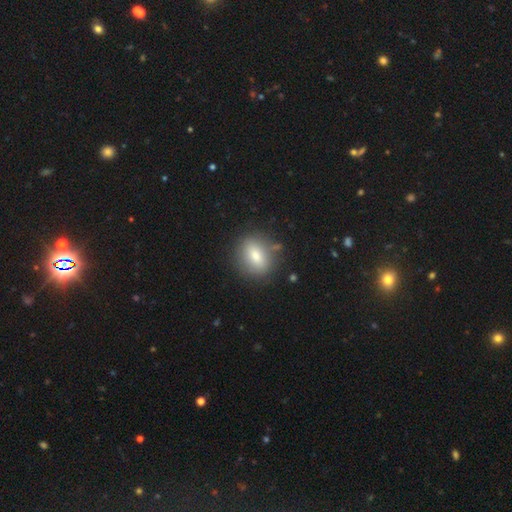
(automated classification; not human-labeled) Smooth or featured?
  - smooth: 76% *
  - featured or disk: 16%
  - star or artifact: 9%
How rounded?
  - in between: 50% *
  - round: 48%
  - cigar-shaped: 3%
Merging?
  - none: 79% *
  - minor disturbance: 14%
  - major disturbance: 4%
  - merger: 3%